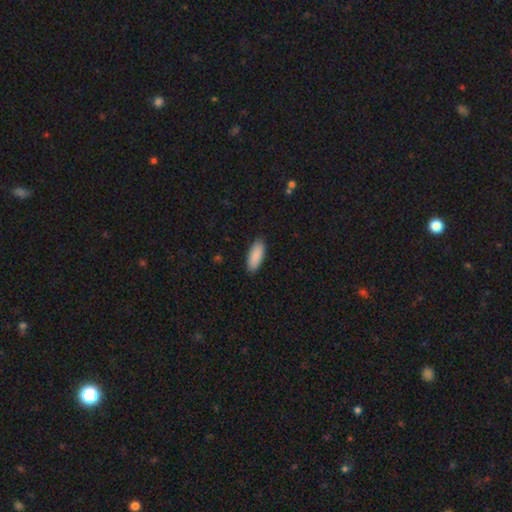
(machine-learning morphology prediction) Overall: smooth (90%). How rounded: in between (80%). Merging: none (88%).